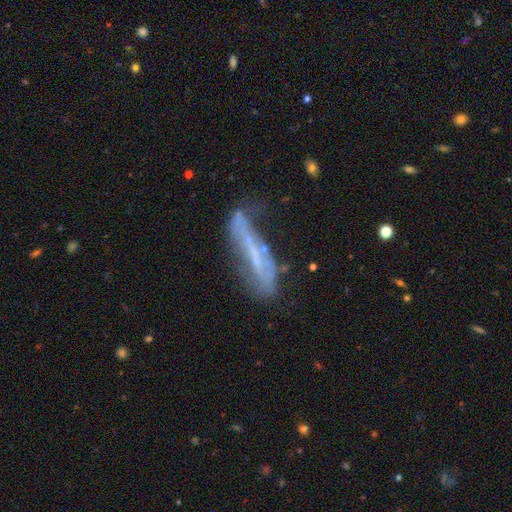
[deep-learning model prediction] Smooth or featured? Predicted: featured or disk (p=0.60). Edge-on disk? Predicted: yes (p=0.51). Merging? Predicted: none (p=0.45).